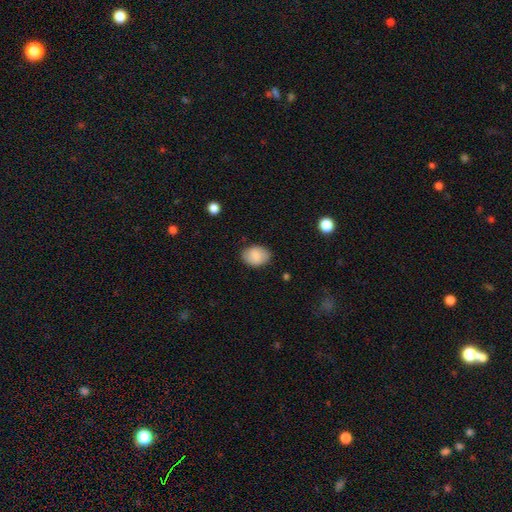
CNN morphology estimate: Q: Smooth or featured?
A: smooth (84%); runner-up: featured or disk (9%)
Q: How rounded?
A: in between (72%); runner-up: round (27%)
Q: Merging?
A: none (82%); runner-up: minor disturbance (14%)